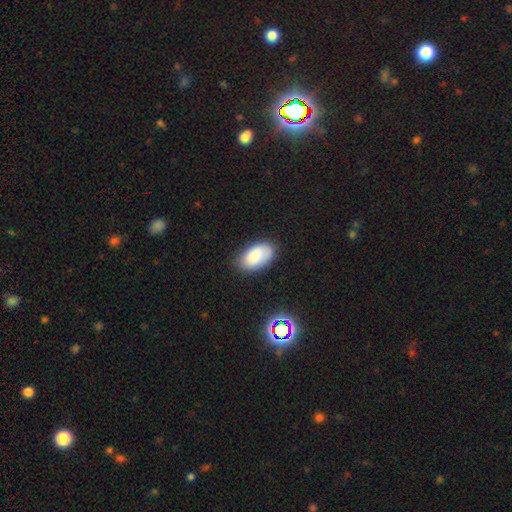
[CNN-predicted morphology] Smooth or featured? smooth (85%)
How rounded? in between (94%)
Merging? none (79%)